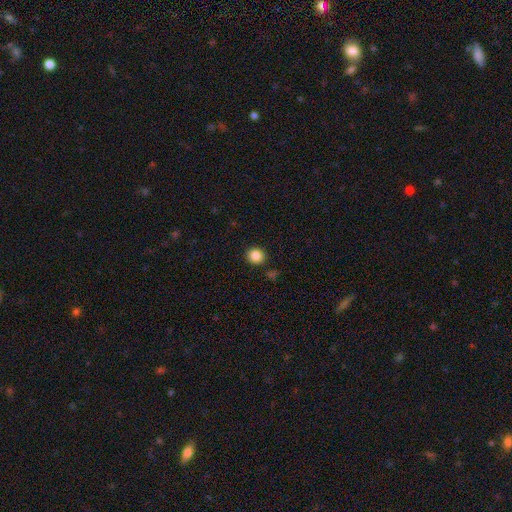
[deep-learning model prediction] The model was most divided on "smooth or featured": smooth: 86%, star or artifact: 10%, featured or disk: 4%. More confident: merging — none (90%); how rounded — round (88%).